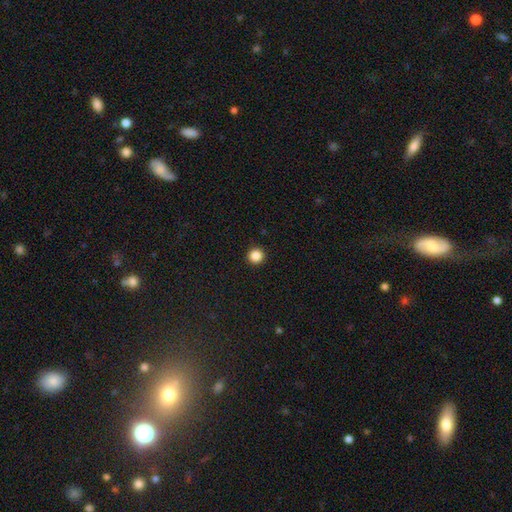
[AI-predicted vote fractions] Smooth or featured? smooth (86%)
How rounded? round (95%)
Merging? none (94%)